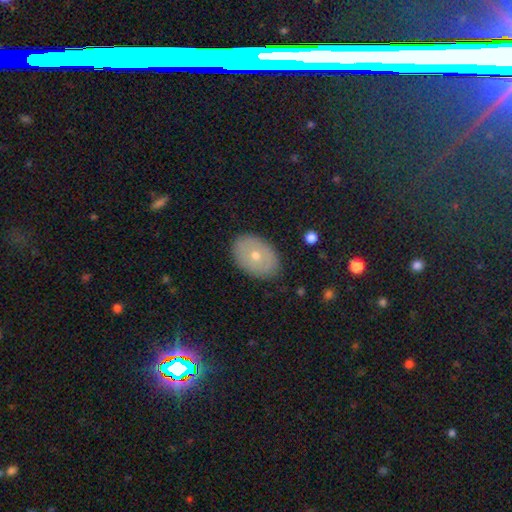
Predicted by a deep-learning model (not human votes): A smooth galaxy with no disk features (54%) that is in between round and cigar-shaped (81%).

Vote fractions:
- Smooth or featured? smooth: 54% / featured or disk: 34% / star or artifact: 12%
- How rounded? in between: 81% / round: 18% / cigar-shaped: 1%
- Merging? none: 87% / minor disturbance: 9% / major disturbance: 3% / merger: 1%